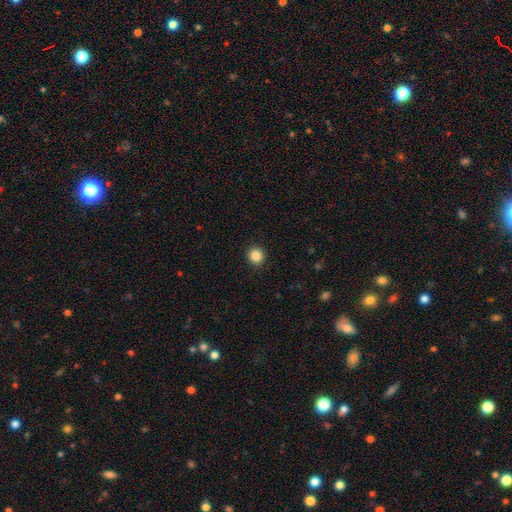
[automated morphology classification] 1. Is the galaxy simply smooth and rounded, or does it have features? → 86% smooth, 10% star or artifact, 4% featured or disk.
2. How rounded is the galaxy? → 93% round, 7% in between, 1% cigar-shaped.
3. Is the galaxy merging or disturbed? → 93% none, 5% minor disturbance, 2% major disturbance, 1% merger.